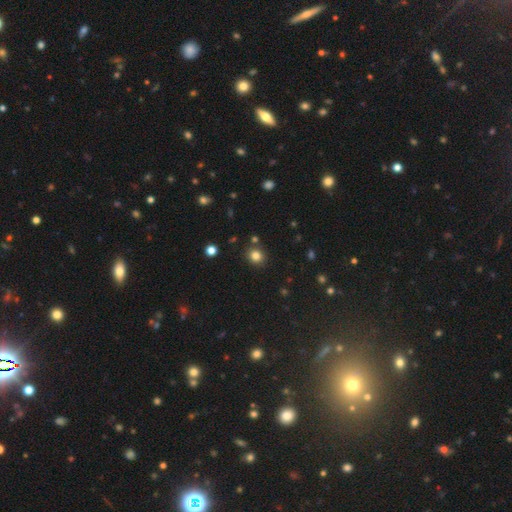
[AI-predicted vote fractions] Morphology: type=smooth (81%); roundness=round (80%); merging=none (85%).